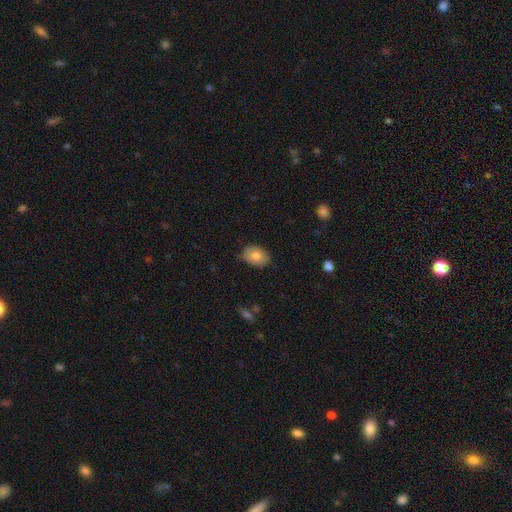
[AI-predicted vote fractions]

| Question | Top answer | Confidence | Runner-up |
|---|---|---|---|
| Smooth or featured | smooth | 76% | featured or disk (16%) |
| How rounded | in between | 74% | round (25%) |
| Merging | none | 76% | minor disturbance (20%) |